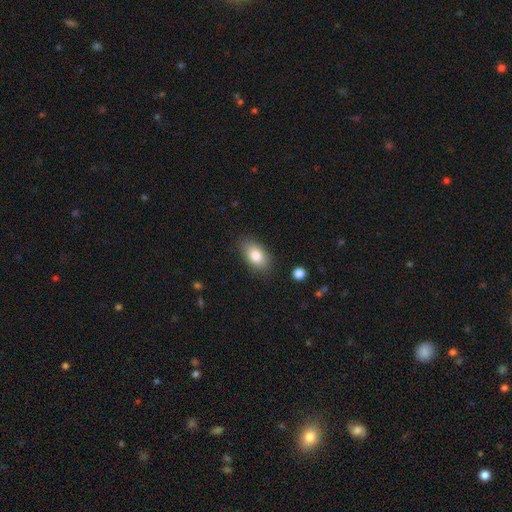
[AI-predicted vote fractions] Smooth or featured? smooth (82%)
How rounded? in between (90%)
Merging? none (84%)